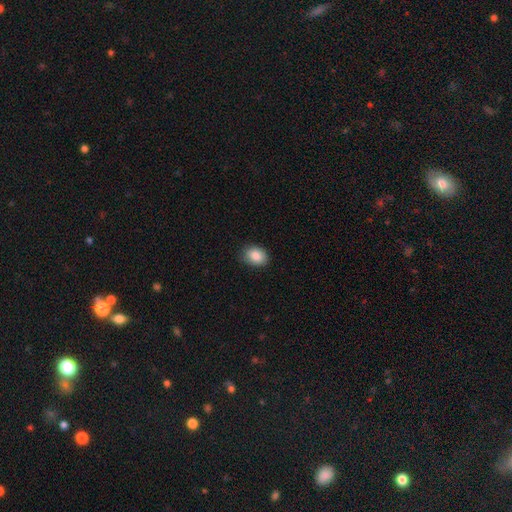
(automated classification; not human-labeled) Smooth or featured? smooth (88%)
How rounded? in between (72%)
Merging? none (83%)